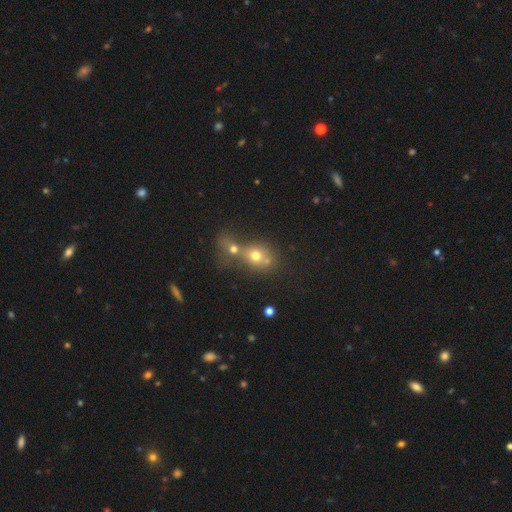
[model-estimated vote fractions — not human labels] Morphology: type=smooth (68%); roundness=round (65%); merging=merger (63%).